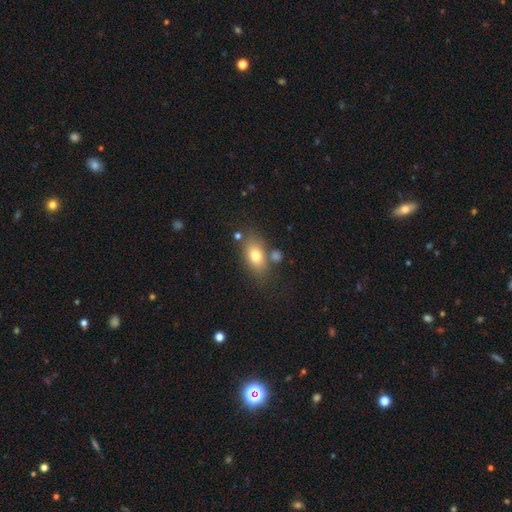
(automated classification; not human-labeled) Smooth or featured? smooth (73%)
How rounded? in between (83%)
Merging? none (68%)